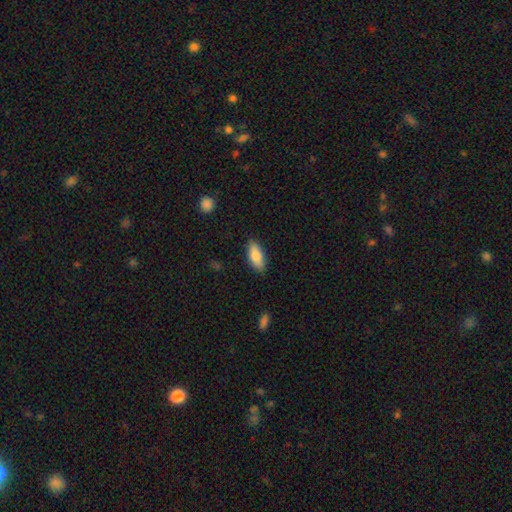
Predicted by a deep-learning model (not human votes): This appears to be a smooth galaxy with no disk features (84%) that is in between round and cigar-shaped (80%). Merging: none (87%).